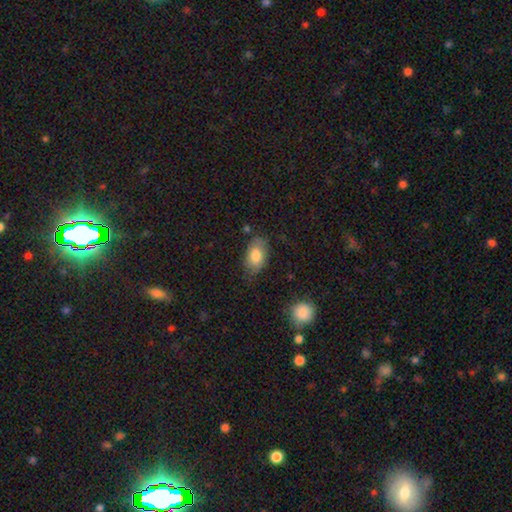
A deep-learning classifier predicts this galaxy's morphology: Smooth or featured: smooth — 80% (featured or disk — 13%)
How rounded: in between — 92% (round — 6%)
Merging: none — 69% (minor disturbance — 23%)